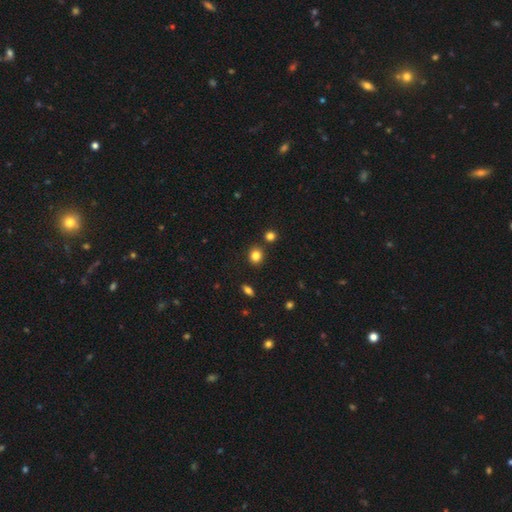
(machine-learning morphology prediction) The model was most divided on "how rounded": round: 80%, in between: 19%, cigar-shaped: 1%. More confident: merging — none (84%); smooth or featured — smooth (82%).